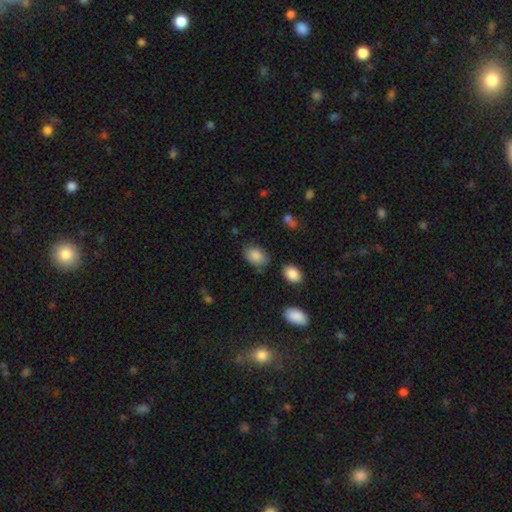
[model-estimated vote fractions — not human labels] Smooth or featured? smooth (86%)
How rounded? in between (81%)
Merging? none (73%)